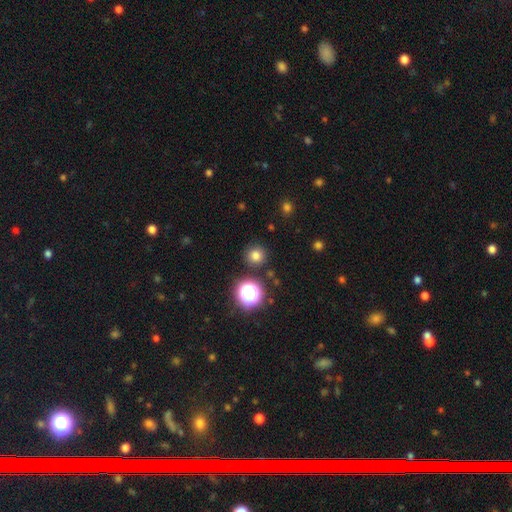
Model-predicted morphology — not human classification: Q: Smooth or featured?
A: smooth (76%); runner-up: star or artifact (18%)
Q: How rounded?
A: round (94%); runner-up: in between (5%)
Q: Merging?
A: none (89%); runner-up: minor disturbance (6%)